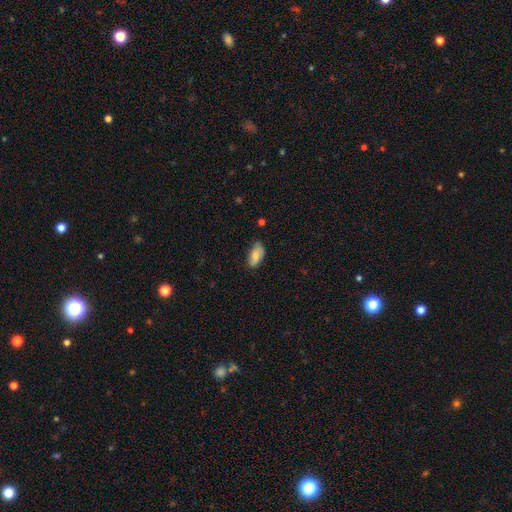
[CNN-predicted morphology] Smooth or featured: smooth — 80% (featured or disk — 13%)
How rounded: in between — 92% (cigar-shaped — 6%)
Merging: none — 70% (minor disturbance — 25%)